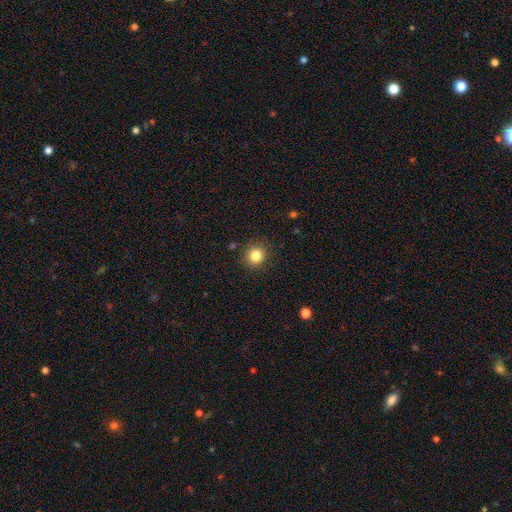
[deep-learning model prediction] This appears to be a smooth galaxy with no disk features (84%) that is round (88%). Merging: none (88%).